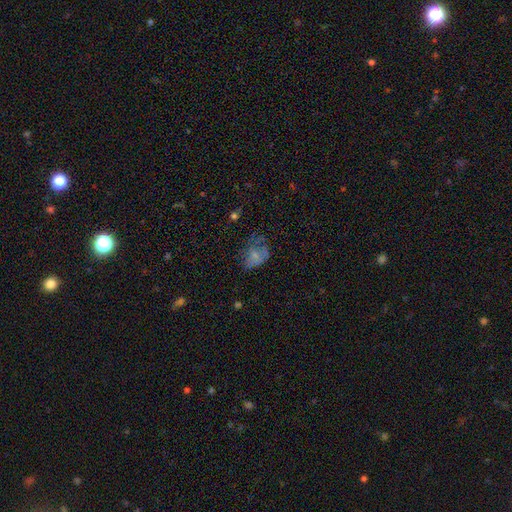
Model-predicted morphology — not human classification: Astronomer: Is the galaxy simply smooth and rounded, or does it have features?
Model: smooth — 58%.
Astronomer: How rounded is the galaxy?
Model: in between — 73%.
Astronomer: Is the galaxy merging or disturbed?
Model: major disturbance — 36% (runner-up: none, 32%).